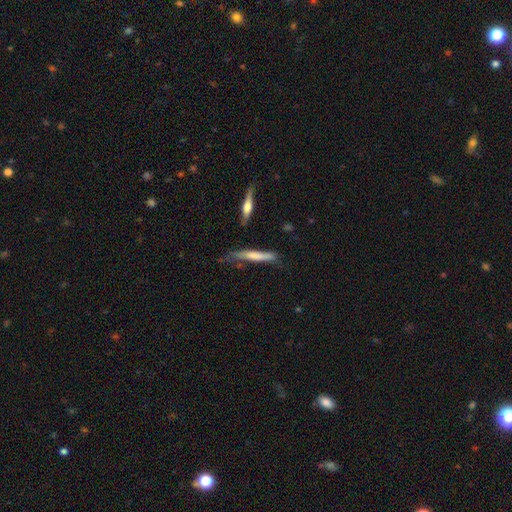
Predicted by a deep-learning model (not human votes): Smooth or featured?
  - smooth: 62% *
  - featured or disk: 31%
  - star or artifact: 6%
How rounded?
  - cigar-shaped: 93% *
  - in between: 6%
  - round: 1%
Merging?
  - none: 58% *
  - minor disturbance: 27%
  - major disturbance: 8%
  - merger: 6%